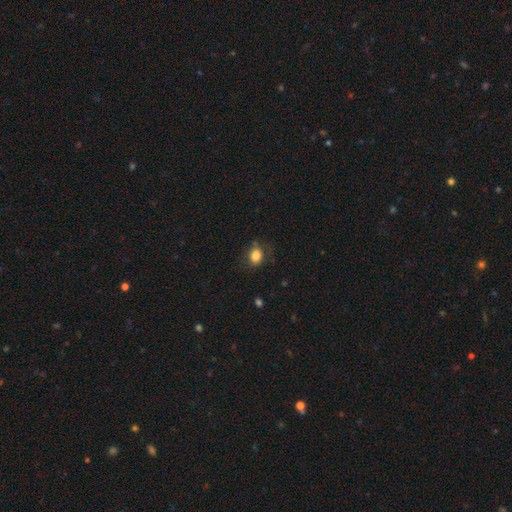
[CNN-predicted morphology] smooth_or_featured: smooth (p=0.82) [alt: star or artifact p=0.10]
how_rounded: in between (p=0.64) [alt: round p=0.35]
merging: none (p=0.73) [alt: minor disturbance p=0.19]